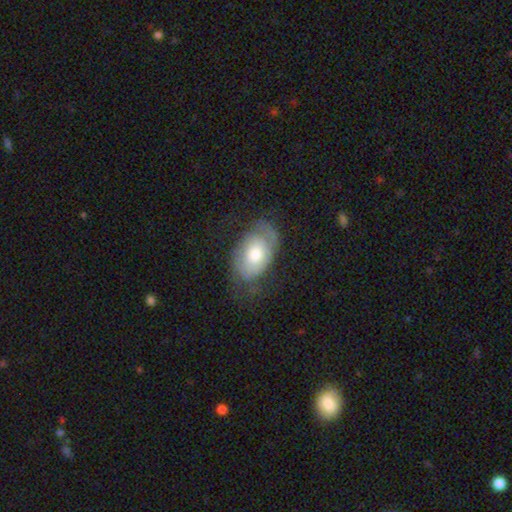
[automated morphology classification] featured or disk 49%, smooth 44%, star or artifact 7%. Down the decision tree: merging — none (58%).